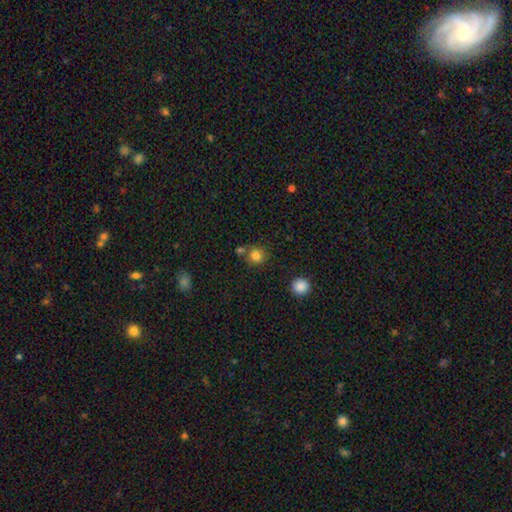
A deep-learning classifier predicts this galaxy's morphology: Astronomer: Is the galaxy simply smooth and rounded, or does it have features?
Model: smooth — 82%.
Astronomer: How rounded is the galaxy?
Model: round — 90%.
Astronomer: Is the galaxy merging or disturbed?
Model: none — 72%.